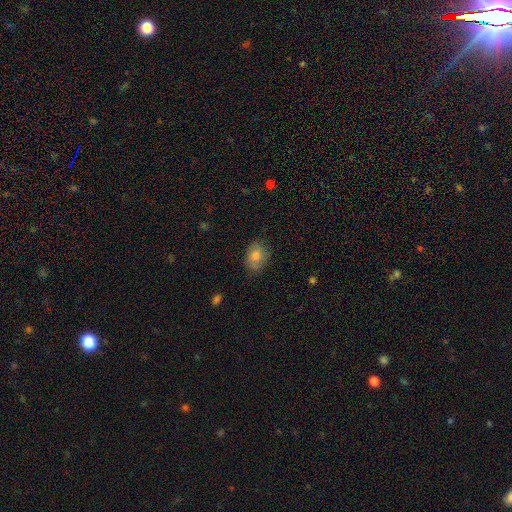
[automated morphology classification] A smooth galaxy with no disk features (74%) that is in between round and cigar-shaped (65%). Merging: none (76%).